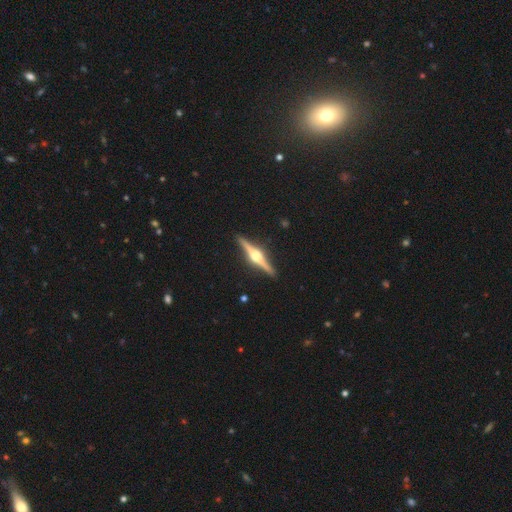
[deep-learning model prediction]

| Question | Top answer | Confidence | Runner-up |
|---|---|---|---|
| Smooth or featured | featured or disk | 86% | smooth (9%) |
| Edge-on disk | yes | 99% | no (1%) |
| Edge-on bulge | rounded | 95% | boxy (4%) |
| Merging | none | 92% | minor disturbance (6%) |